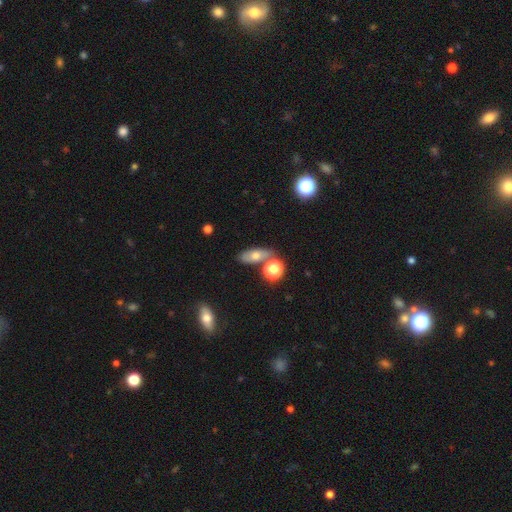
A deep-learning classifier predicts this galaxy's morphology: Smooth or featured? Predicted: smooth (p=0.61). How rounded? Predicted: in between (p=0.69). Merging? Predicted: none (p=0.68).